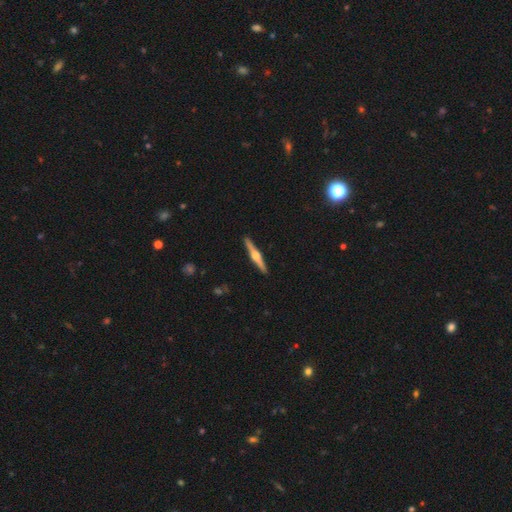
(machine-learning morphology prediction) Smooth or featured? Predicted: featured or disk (p=0.78). Edge-on disk? Predicted: yes (p=0.98). Edge-on bulge? Predicted: rounded (p=0.92). Merging? Predicted: none (p=0.92).